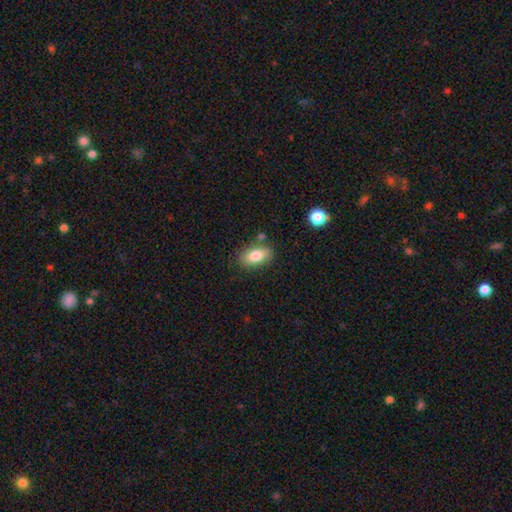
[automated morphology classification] Overall: smooth (81%). How rounded: in between (89%). Merging: none (78%).